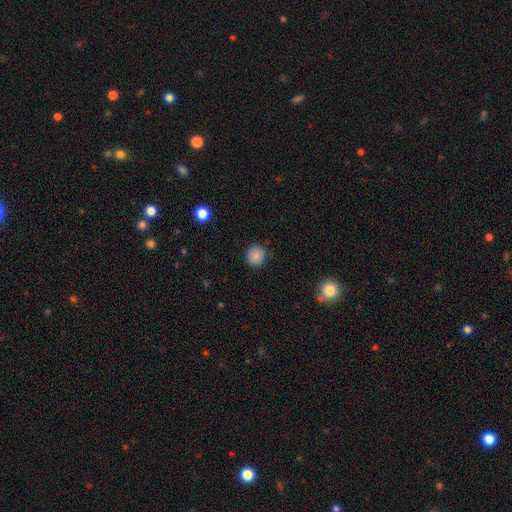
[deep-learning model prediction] Overall: smooth (85%). How rounded: round (85%). Merging: none (87%).